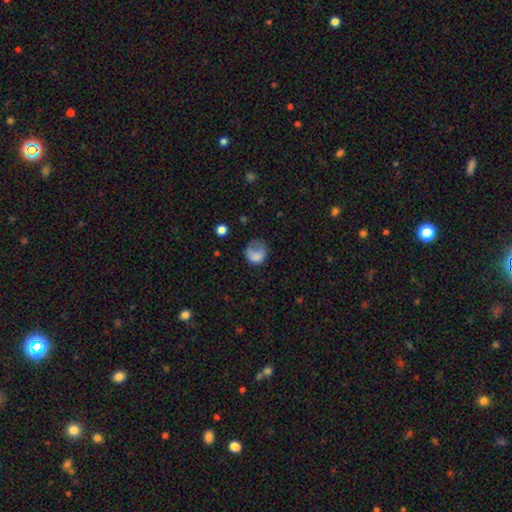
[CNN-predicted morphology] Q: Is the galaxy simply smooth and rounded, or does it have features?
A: smooth — 76%.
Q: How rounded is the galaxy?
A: round — 67%.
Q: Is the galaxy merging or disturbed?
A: none — 34%, tied with major disturbance.